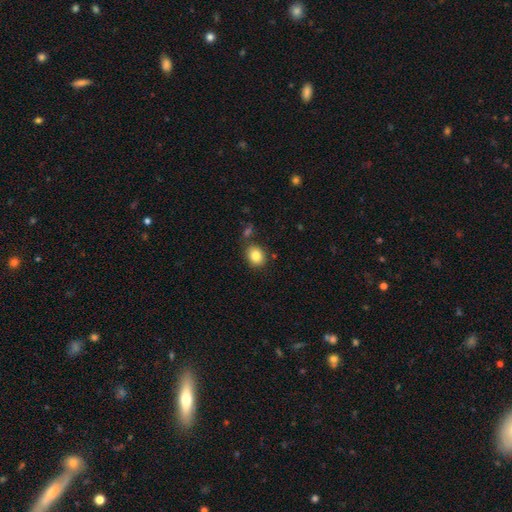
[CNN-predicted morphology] smooth-or-featured: smooth: 84% | star or artifact: 9% | featured or disk: 7%
  how-rounded: round: 53% | in between: 46% | cigar-shaped: 1%
  merging: none: 79% | minor disturbance: 11% | merger: 7% | major disturbance: 3%